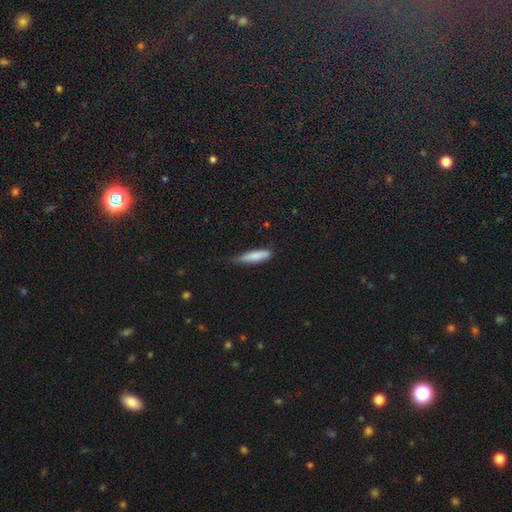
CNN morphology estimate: smooth_or_featured: smooth (p=0.82) [alt: featured or disk p=0.12]
how_rounded: cigar-shaped (p=0.75) [alt: in between p=0.23]
merging: none (p=0.57) [alt: minor disturbance p=0.35]